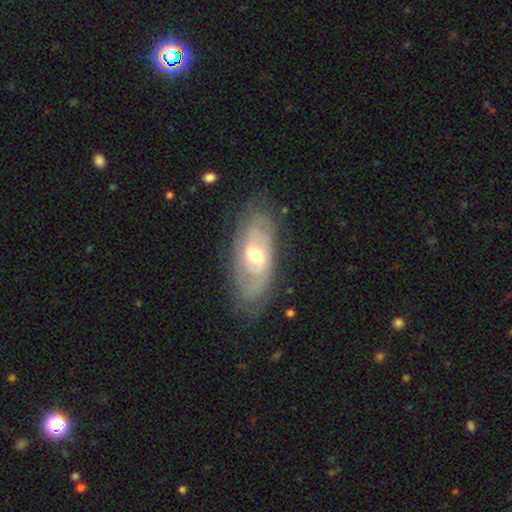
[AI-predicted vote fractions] Smooth or featured?
  - featured or disk: 77% *
  - smooth: 17%
  - star or artifact: 6%
Edge-on disk?
  - no: 90% *
  - yes: 10%
Bar?
  - weak: 47% *
  - no: 39%
  - strong: 14%
Spiral arms?
  - yes: 85% *
  - no: 15%
Spiral winding?
  - tight: 55% *
  - medium: 32%
  - loose: 13%
Spiral arm count?
  - 2: 45% *
  - can't tell: 38%
  - 3: 8%
  - 1: 4%
  - 4: 3%
  - more than 4: 3%
Bulge size?
  - moderate: 68% *
  - small: 24%
  - large: 6%
  - none: 1%
  - dominant: 1%
Merging?
  - none: 76% *
  - minor disturbance: 17%
  - major disturbance: 6%
  - merger: 1%